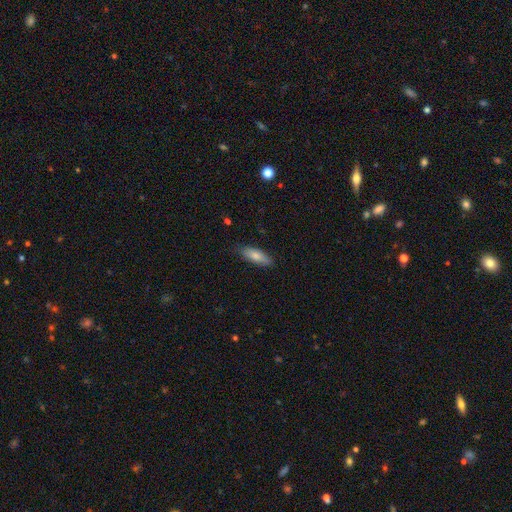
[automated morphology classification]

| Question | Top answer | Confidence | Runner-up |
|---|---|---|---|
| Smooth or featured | smooth | 79% | featured or disk (15%) |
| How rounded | in between | 58% | cigar-shaped (40%) |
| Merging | none | 84% | minor disturbance (13%) |